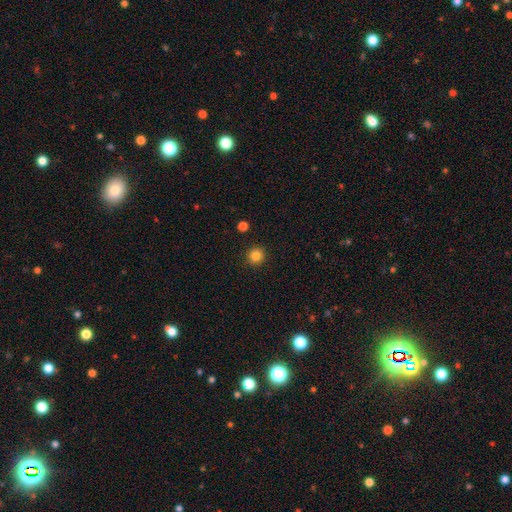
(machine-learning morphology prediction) smooth 84%, star or artifact 12%, featured or disk 4%. Down the decision tree: how rounded — round (95%); merging — none (92%).